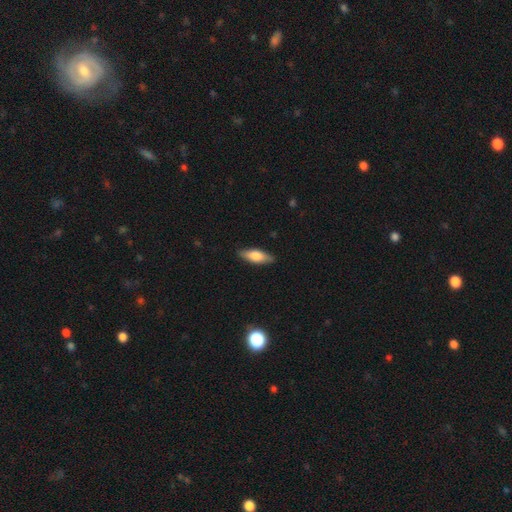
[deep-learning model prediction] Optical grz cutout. It shows a smooth galaxy with no disk features (71%) that is in between round and cigar-shaped (66%). Merging: none (86%).